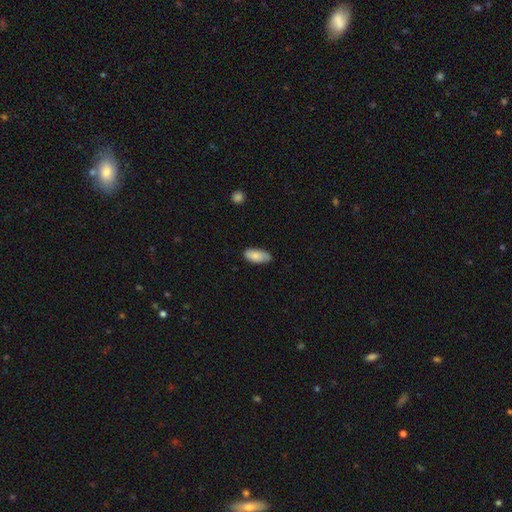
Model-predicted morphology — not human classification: type=smooth (81%); roundness=in between (91%); merging=none (70%).